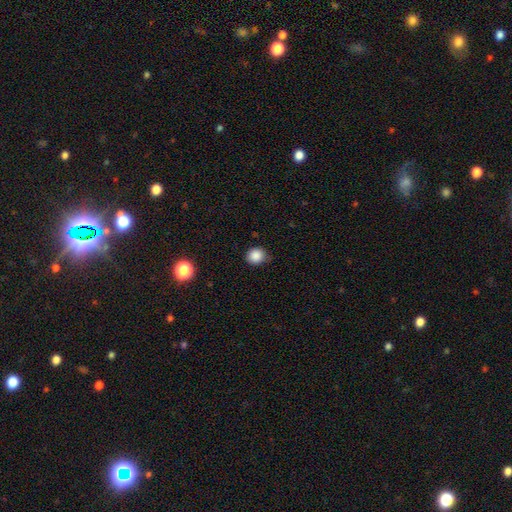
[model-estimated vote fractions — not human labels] The model was most divided on "how rounded": round: 82%, in between: 17%, cigar-shaped: 1%. More confident: smooth or featured — smooth (87%); merging — none (82%).